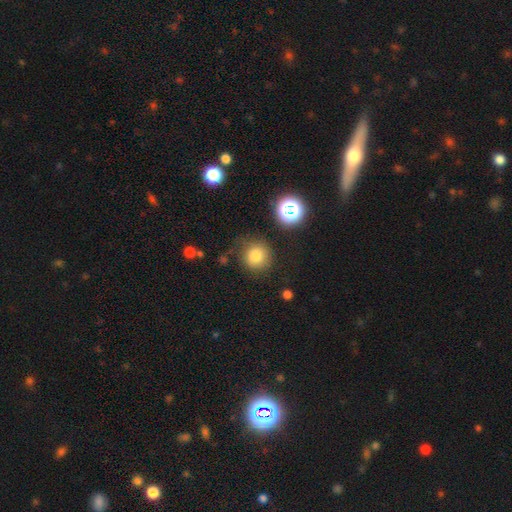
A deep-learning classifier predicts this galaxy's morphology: Smooth or featured? Predicted: smooth (p=0.79). How rounded? Predicted: round (p=0.92). Merging? Predicted: none (p=0.77).